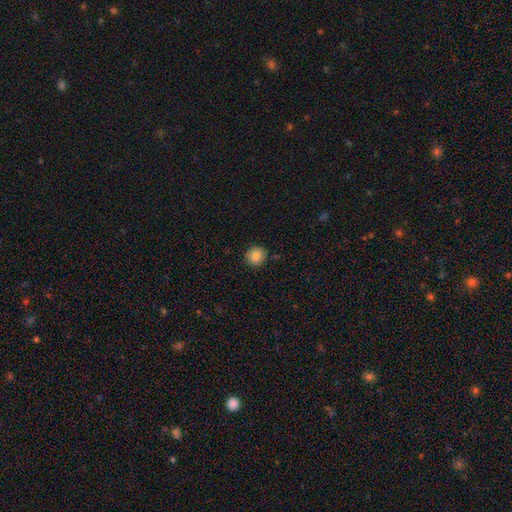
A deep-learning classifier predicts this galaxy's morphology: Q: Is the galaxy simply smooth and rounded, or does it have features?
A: smooth — 84%.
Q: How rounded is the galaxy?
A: round — 89%.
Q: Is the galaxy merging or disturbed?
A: none — 89%.